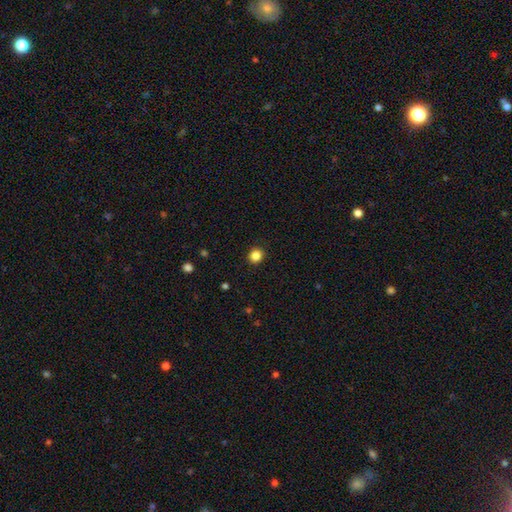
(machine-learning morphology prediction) A smooth galaxy with no disk features (85%) that is round (87%).

Vote fractions:
- Smooth or featured? smooth: 85% / star or artifact: 11% / featured or disk: 4%
- How rounded? round: 87% / in between: 12% / cigar-shaped: 1%
- Merging? none: 92% / minor disturbance: 5% / major disturbance: 2% / merger: 1%